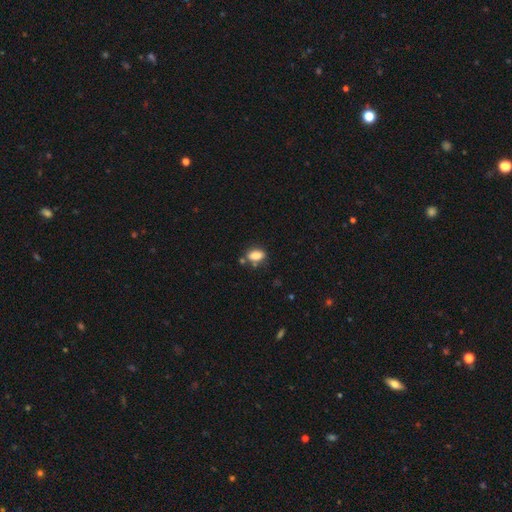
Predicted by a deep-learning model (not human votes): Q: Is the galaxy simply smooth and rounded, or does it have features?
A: smooth — 85%.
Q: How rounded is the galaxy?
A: in between — 86%.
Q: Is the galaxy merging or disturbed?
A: none — 66%.